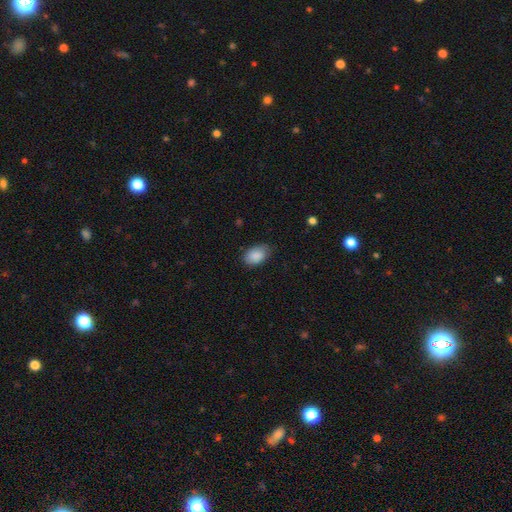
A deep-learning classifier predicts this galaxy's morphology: This is clearly a smooth galaxy (89%). How rounded: clearly in between (88%). Merging: likely none (72%).